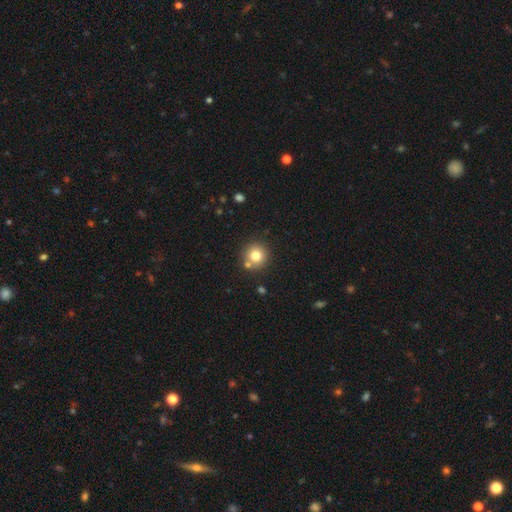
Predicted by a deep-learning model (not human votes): Q: Smooth or featured?
A: smooth (78%); runner-up: star or artifact (12%)
Q: How rounded?
A: round (93%); runner-up: in between (6%)
Q: Merging?
A: none (77%); runner-up: merger (12%)